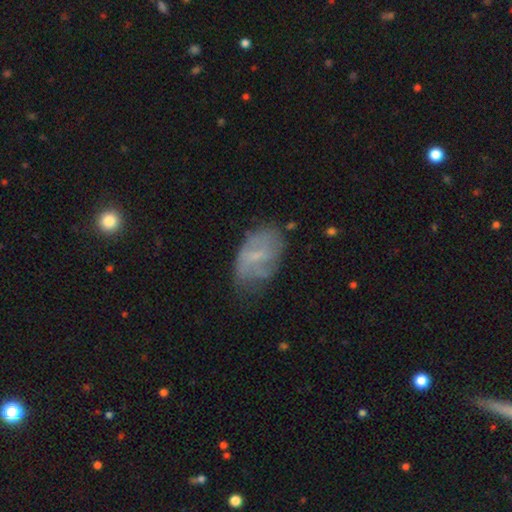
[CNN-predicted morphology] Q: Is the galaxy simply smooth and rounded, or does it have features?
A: featured or disk — 51%.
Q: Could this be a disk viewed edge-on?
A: no — 95%.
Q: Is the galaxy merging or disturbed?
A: none — 48%.